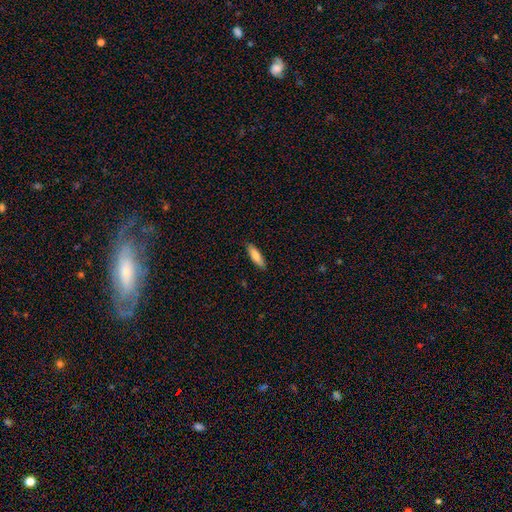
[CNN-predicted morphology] type=smooth (80%); roundness=cigar-shaped (62%); merging=none (87%).